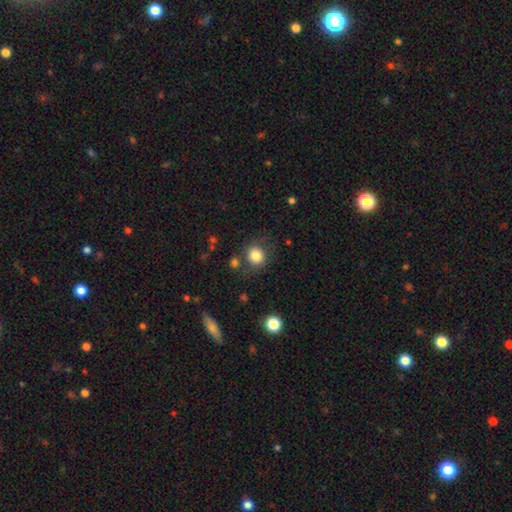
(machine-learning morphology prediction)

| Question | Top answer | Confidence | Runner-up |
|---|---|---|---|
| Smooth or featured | smooth | 83% | star or artifact (10%) |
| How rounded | round | 83% | in between (16%) |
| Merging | none | 74% | minor disturbance (14%) |